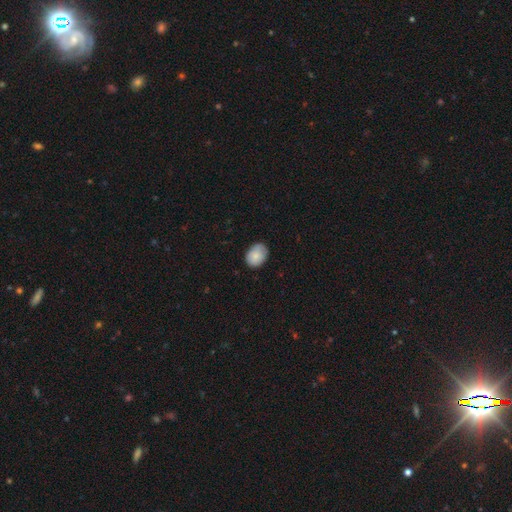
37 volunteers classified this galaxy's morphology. Overall: smooth (89%). How rounded: in between (79%). Merging: none (80%).